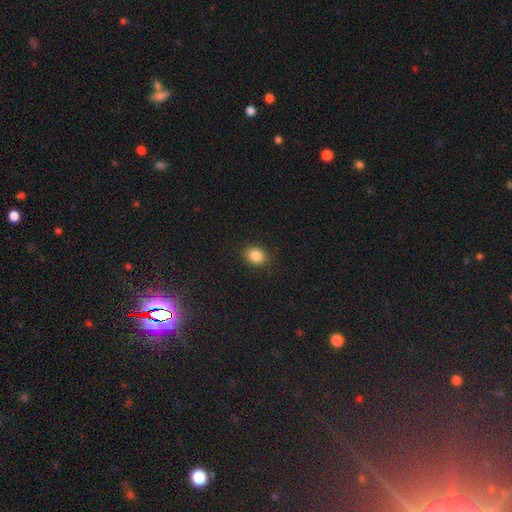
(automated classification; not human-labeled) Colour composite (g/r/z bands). It shows a smooth galaxy with no disk features (86%) that is in between round and cigar-shaped (55%). Merging: none (88%).